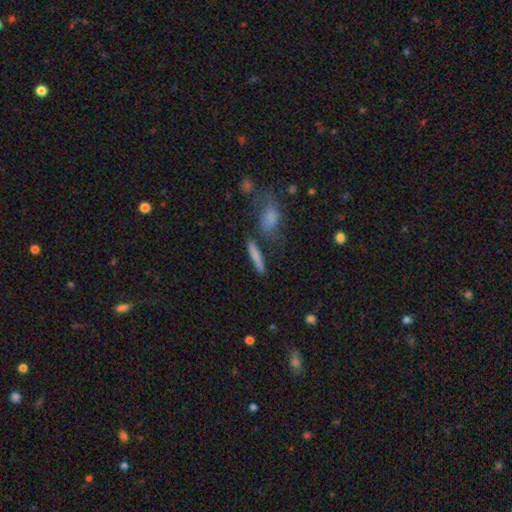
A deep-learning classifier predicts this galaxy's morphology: Smooth or featured?
  - smooth: 72% *
  - featured or disk: 20%
  - star or artifact: 8%
How rounded?
  - cigar-shaped: 86% *
  - in between: 11%
  - round: 3%
Merging?
  - none: 72% *
  - minor disturbance: 12%
  - merger: 11%
  - major disturbance: 5%